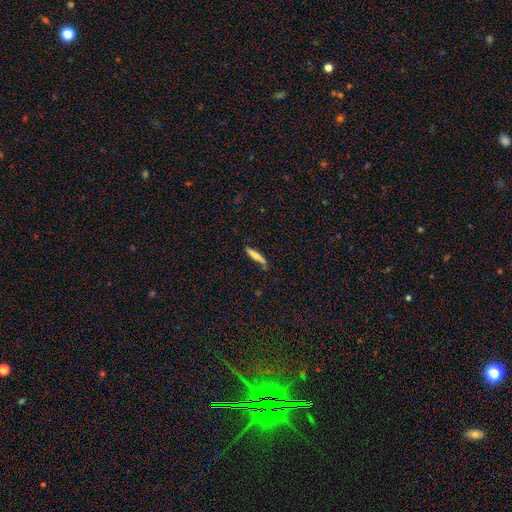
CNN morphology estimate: Smooth or featured? smooth (65%)
How rounded? cigar-shaped (89%)
Merging? none (75%)